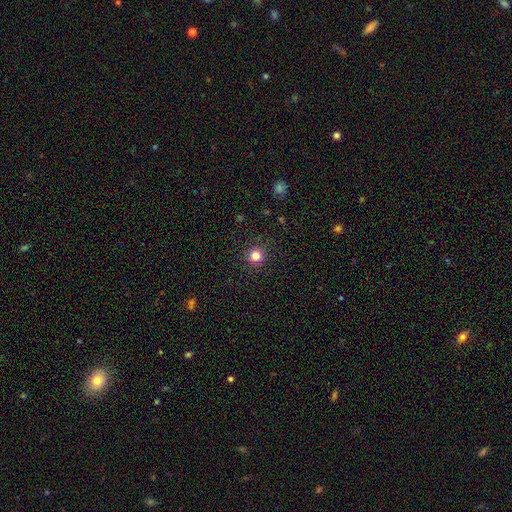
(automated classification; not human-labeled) Q: Smooth or featured?
A: smooth (82%); runner-up: star or artifact (13%)
Q: How rounded?
A: round (94%); runner-up: in between (5%)
Q: Merging?
A: none (91%); runner-up: minor disturbance (6%)